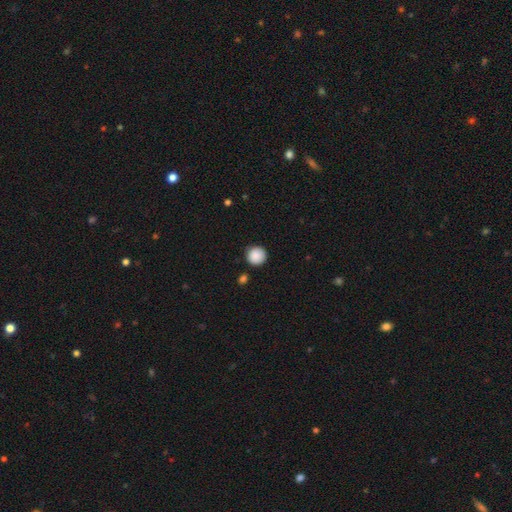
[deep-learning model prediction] smooth 89%, star or artifact 8%, featured or disk 3%. Down the decision tree: how rounded — round (95%); merging — none (88%).